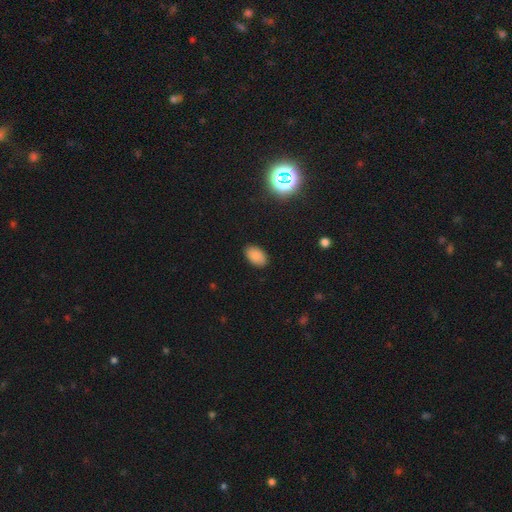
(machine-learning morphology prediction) Overall: smooth (85%). How rounded: in between (92%). Merging: none (88%).